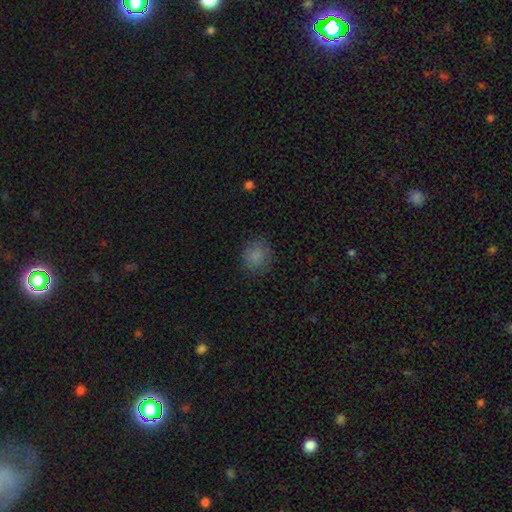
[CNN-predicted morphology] Smooth or featured? smooth (84%)
How rounded? round (83%)
Merging? none (84%)